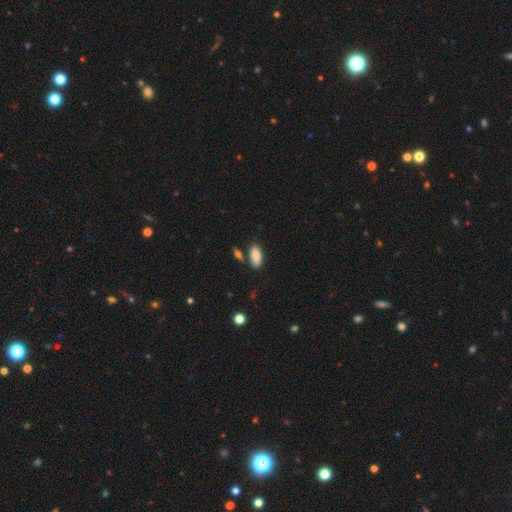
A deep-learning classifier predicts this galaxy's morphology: This is clearly a smooth galaxy (86%). How rounded: clearly in between (91%). Merging: likely none (74%).